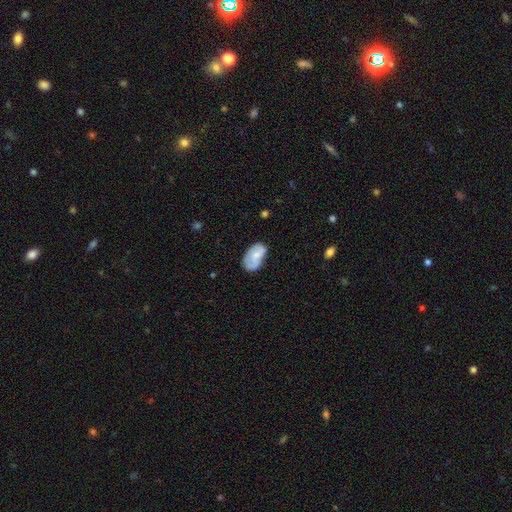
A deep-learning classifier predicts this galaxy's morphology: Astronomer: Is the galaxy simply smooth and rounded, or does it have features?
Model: smooth — 62%.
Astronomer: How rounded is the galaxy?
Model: in between — 92%.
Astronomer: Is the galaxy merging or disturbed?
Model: none — 47% (runner-up: minor disturbance, 36%).